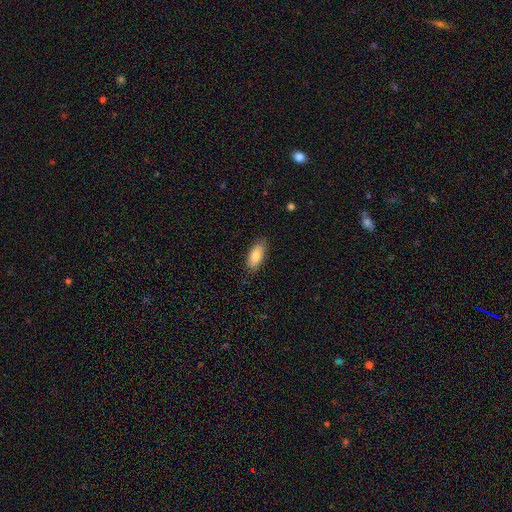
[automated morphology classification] Smooth or featured? Predicted: smooth (p=0.80). How rounded? Predicted: in between (p=0.86). Merging? Predicted: none (p=0.81).